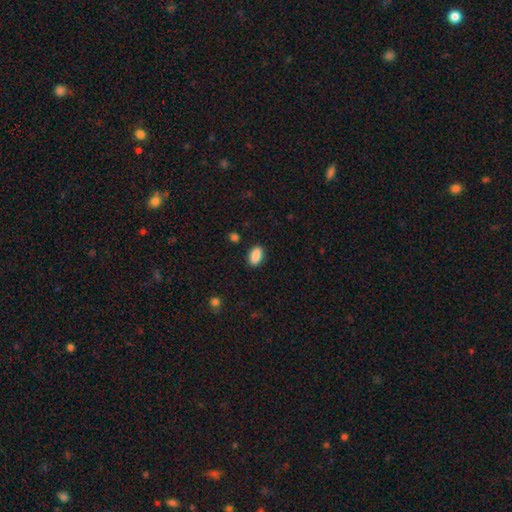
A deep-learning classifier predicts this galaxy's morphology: Overall: smooth (89%). How rounded: in between (90%). Merging: none (88%).